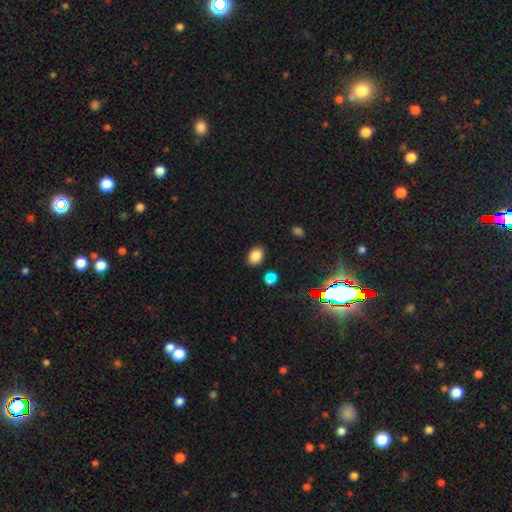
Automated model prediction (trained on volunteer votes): smooth_or_featured: smooth (p=0.83) [alt: star or artifact p=0.11]
how_rounded: in between (p=0.77) [alt: round p=0.22]
merging: none (p=0.83) [alt: minor disturbance p=0.10]